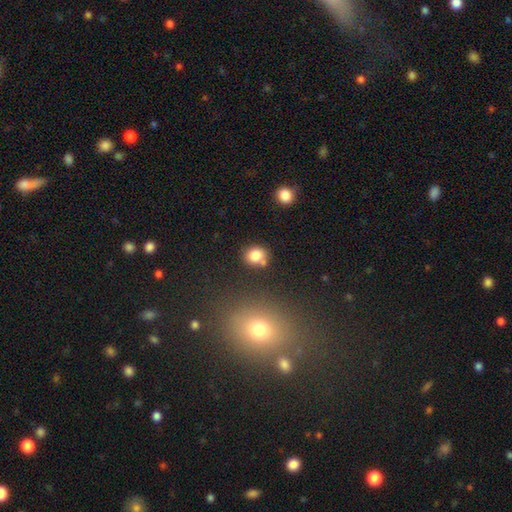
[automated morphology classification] This appears to be a smooth galaxy with no disk features (81%) that is round (74%). Merging: none (66%).